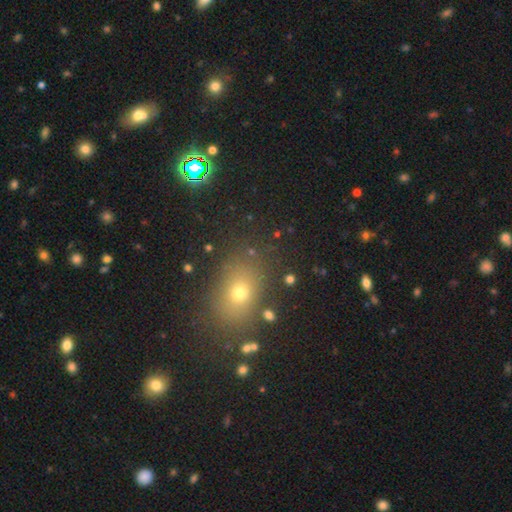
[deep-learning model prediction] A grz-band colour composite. It shows a smooth galaxy with no disk features (59%) that is in between round and cigar-shaped (59%). Merging: none (85%).